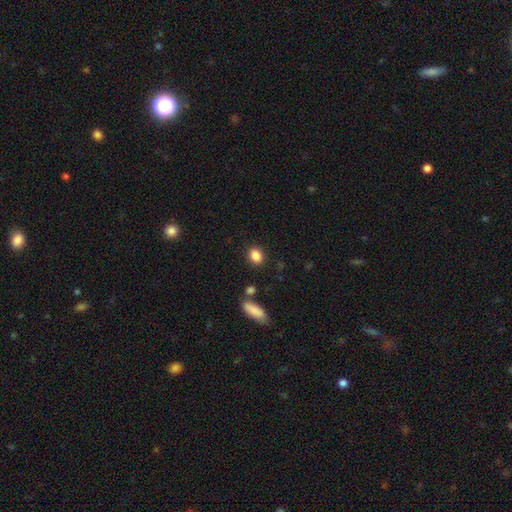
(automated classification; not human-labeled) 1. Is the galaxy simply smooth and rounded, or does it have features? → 87% smooth, 9% star or artifact, 5% featured or disk.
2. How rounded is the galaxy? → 57% in between, 41% round, 2% cigar-shaped.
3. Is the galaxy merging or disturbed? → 84% none, 9% minor disturbance, 4% merger, 3% major disturbance.